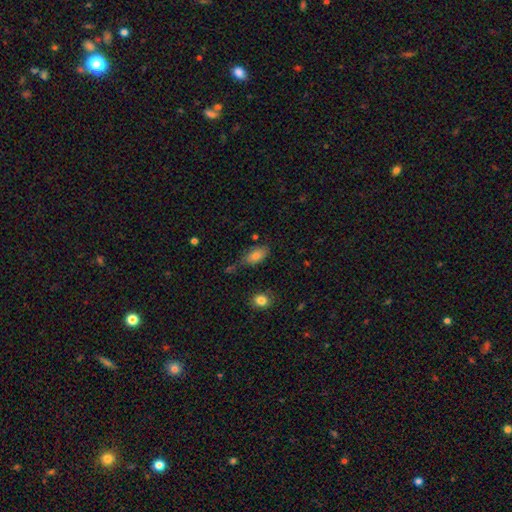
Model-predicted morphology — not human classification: The model was most divided on "merging": none: 57%, minor disturbance: 26%, major disturbance: 9%, merger: 8%. More confident: how rounded — in between (90%); smooth or featured — smooth (78%).